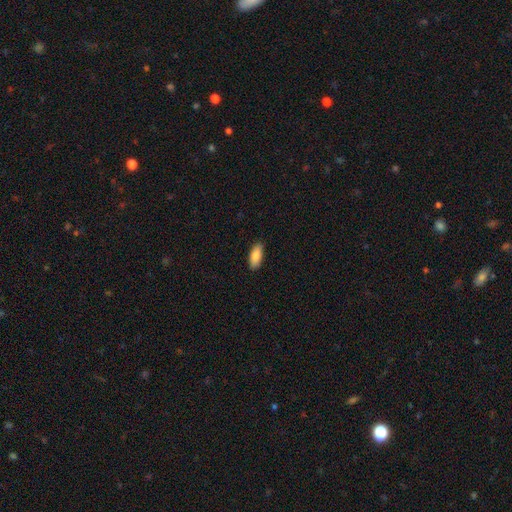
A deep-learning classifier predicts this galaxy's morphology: smooth 87%, featured or disk 7%, star or artifact 6%. Down the decision tree: how rounded — in between (84%); merging — none (89%).